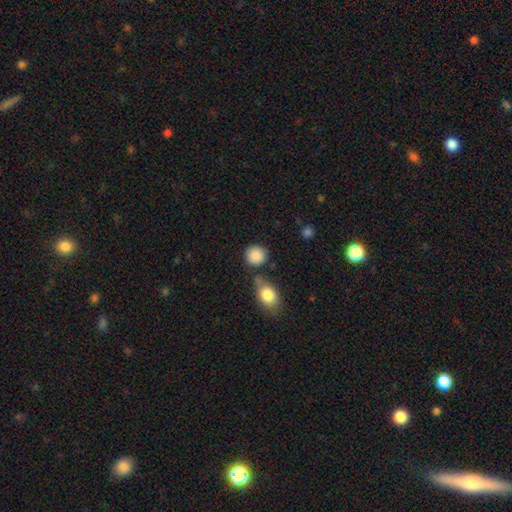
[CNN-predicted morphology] Smooth or featured? Predicted: smooth (p=0.88). How rounded? Predicted: round (p=0.87). Merging? Predicted: none (p=0.77).